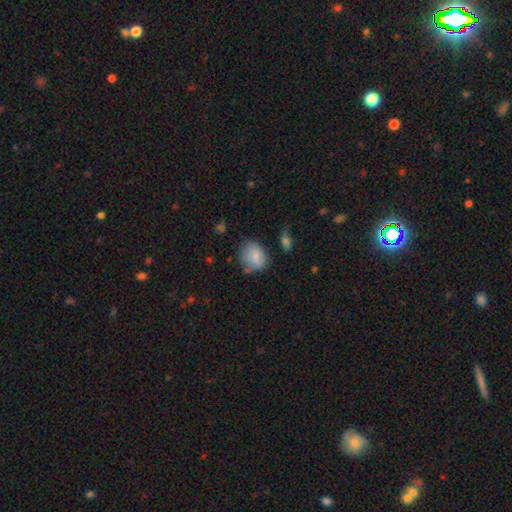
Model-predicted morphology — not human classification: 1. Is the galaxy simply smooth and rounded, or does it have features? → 79% smooth, 12% featured or disk, 8% star or artifact.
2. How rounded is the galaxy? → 52% round, 47% in between, 1% cigar-shaped.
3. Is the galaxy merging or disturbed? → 57% none, 29% minor disturbance, 9% major disturbance, 5% merger.